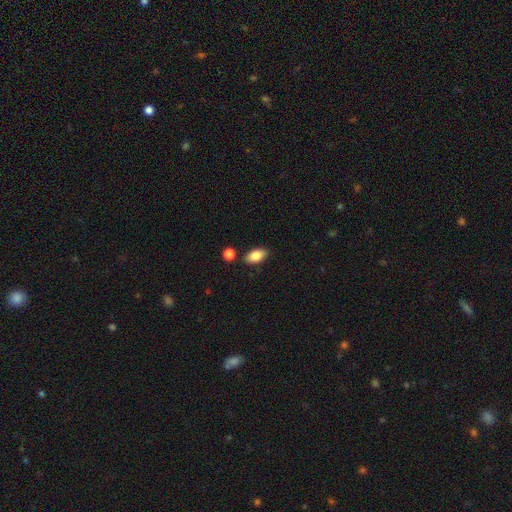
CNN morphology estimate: smooth_or_featured: smooth (p=0.85) [alt: featured or disk p=0.08]
how_rounded: in between (p=0.92) [alt: round p=0.04]
merging: none (p=0.83) [alt: minor disturbance p=0.10]